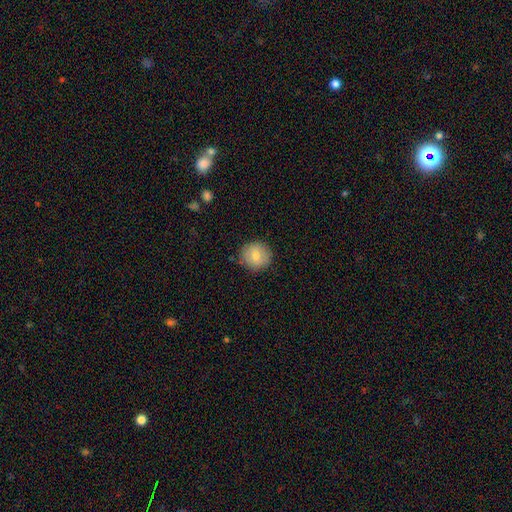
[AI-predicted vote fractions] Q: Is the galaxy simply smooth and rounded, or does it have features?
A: smooth — 78%.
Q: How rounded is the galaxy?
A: round — 92%.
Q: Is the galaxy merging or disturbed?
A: none — 87%.